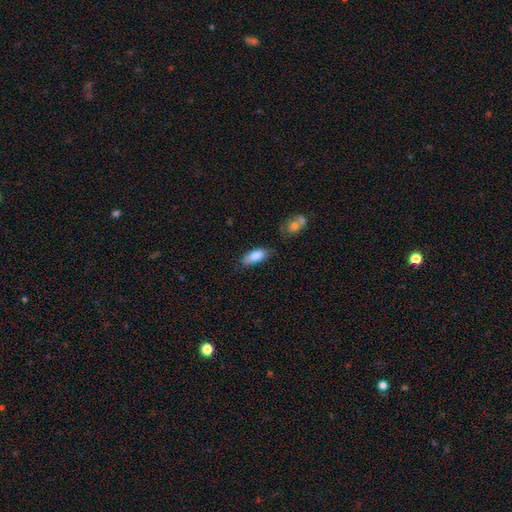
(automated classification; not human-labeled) A smooth galaxy with no disk features (84%) that is in between round and cigar-shaped (80%).

Vote fractions:
- Smooth or featured? smooth: 84% / featured or disk: 10% / star or artifact: 7%
- How rounded? in between: 80% / cigar-shaped: 18% / round: 2%
- Merging? none: 66% / minor disturbance: 24% / major disturbance: 5% / merger: 5%